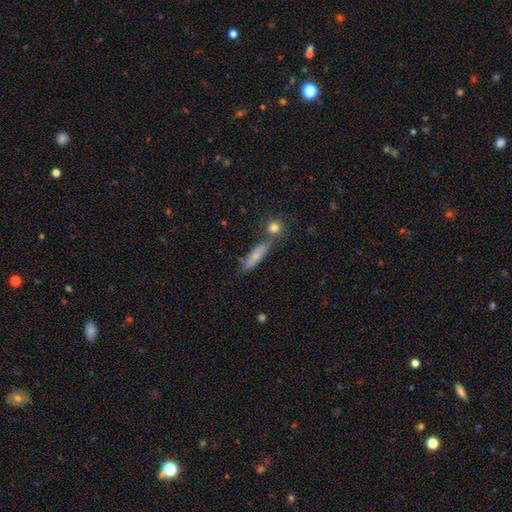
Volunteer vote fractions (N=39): Smooth or featured? 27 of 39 (69%) said smooth. How rounded? 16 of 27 (59%) said cigar-shaped. Merging? 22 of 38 (58%) said none.